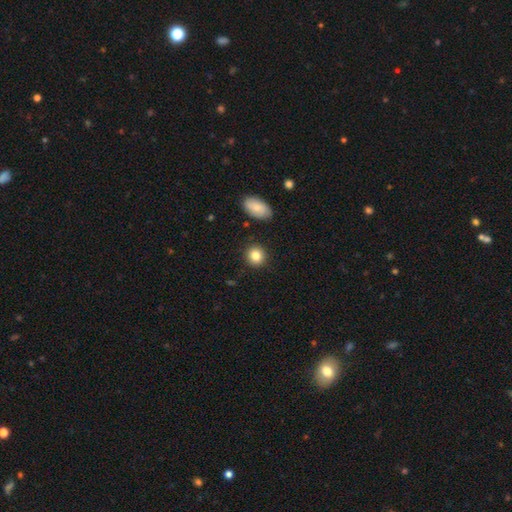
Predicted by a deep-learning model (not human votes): Morphology: type=smooth (84%); roundness=round (85%); merging=none (89%).